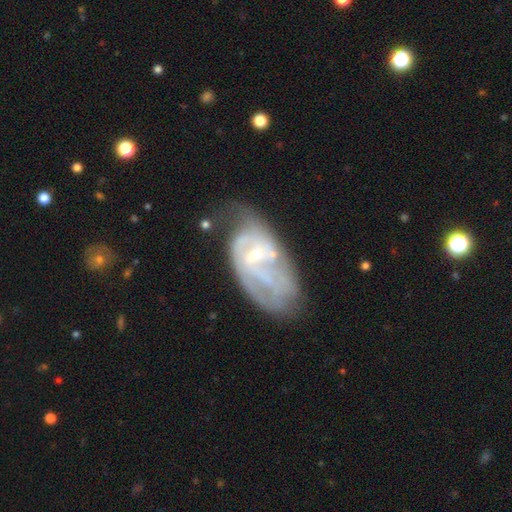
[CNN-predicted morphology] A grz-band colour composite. It shows a featured or disk galaxy (73%) with a weak bar (46%), spiral arms (71%) and a small central bulge (60%). Merging: none (37%).